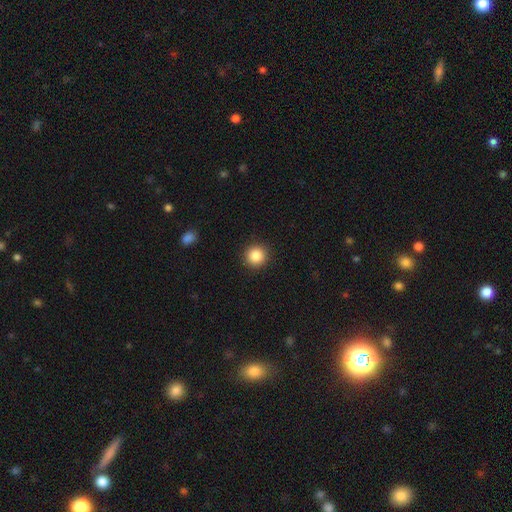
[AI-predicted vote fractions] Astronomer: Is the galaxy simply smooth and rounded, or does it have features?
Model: smooth — 86%.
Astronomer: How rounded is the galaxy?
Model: round — 94%.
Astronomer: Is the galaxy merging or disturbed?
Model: none — 92%.